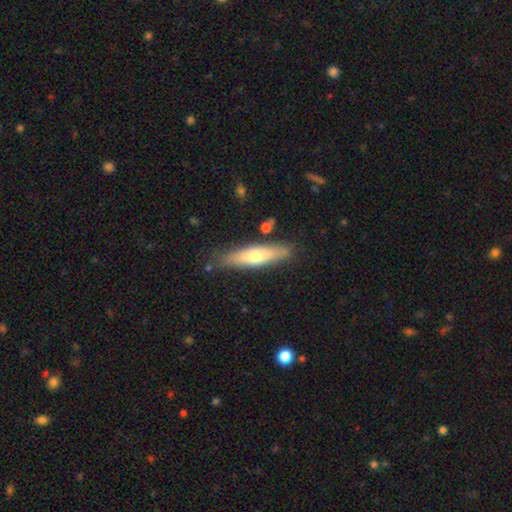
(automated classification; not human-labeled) Smooth or featured?
  - smooth: 60% *
  - featured or disk: 34%
  - star or artifact: 6%
How rounded?
  - cigar-shaped: 76% *
  - in between: 23%
  - round: 2%
Merging?
  - none: 83% *
  - minor disturbance: 12%
  - merger: 3%
  - major disturbance: 2%